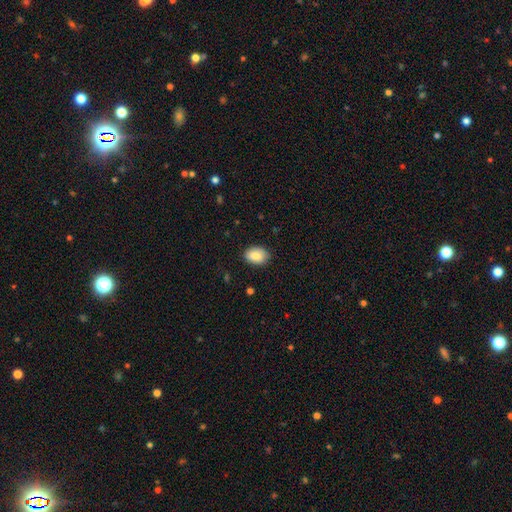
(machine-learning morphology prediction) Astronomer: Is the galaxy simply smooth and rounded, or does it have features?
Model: smooth — 87%.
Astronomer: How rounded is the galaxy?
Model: in between — 81%.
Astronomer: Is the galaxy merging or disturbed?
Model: none — 86%.